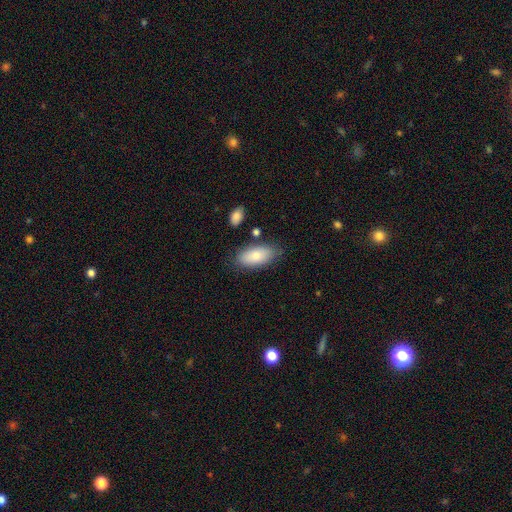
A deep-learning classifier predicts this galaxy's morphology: Smooth or featured: smooth — 82% (featured or disk — 12%)
How rounded: in between — 91% (cigar-shaped — 6%)
Merging: none — 77% (minor disturbance — 15%)